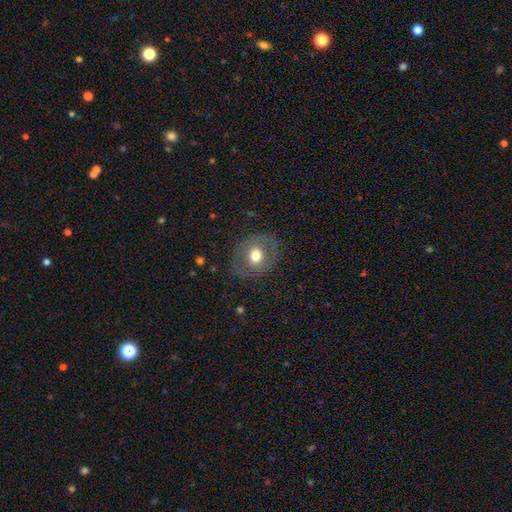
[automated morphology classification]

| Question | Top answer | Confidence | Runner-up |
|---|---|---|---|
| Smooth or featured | smooth | 61% | featured or disk (30%) |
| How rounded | round | 65% | in between (34%) |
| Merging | none | 82% | minor disturbance (12%) |